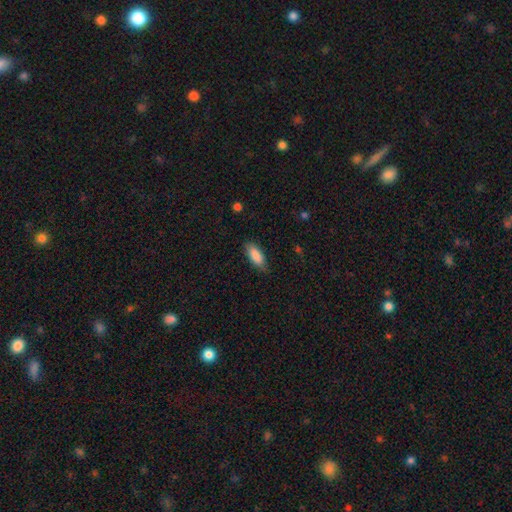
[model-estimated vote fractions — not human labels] Smooth or featured?
  - smooth: 87% *
  - featured or disk: 6%
  - star or artifact: 6%
How rounded?
  - in between: 76% *
  - cigar-shaped: 22%
  - round: 2%
Merging?
  - none: 79% *
  - minor disturbance: 17%
  - major disturbance: 3%
  - merger: 1%